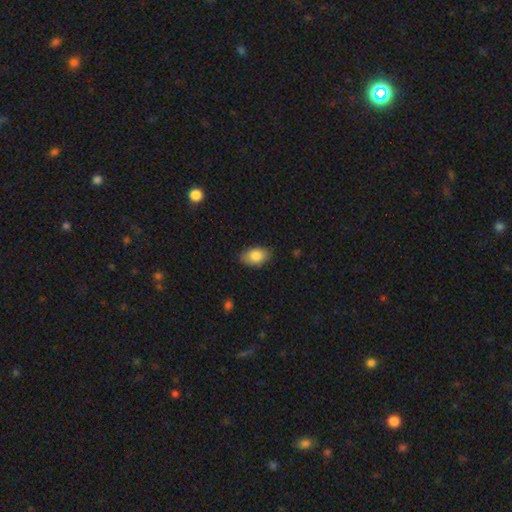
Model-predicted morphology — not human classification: smooth-or-featured: smooth: 84% | featured or disk: 9% | star or artifact: 7%
  how-rounded: in between: 90% | round: 9% | cigar-shaped: 2%
  merging: none: 82% | minor disturbance: 14% | major disturbance: 3% | merger: 1%